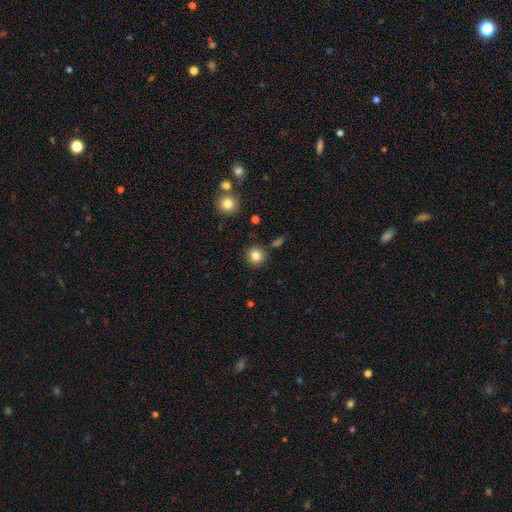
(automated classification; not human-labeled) This is clearly a smooth galaxy (82%). How rounded: clearly round (91%). Merging: clearly none (88%).